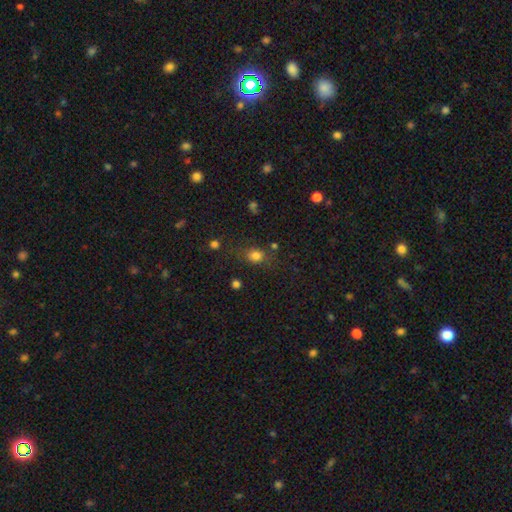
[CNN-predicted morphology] Q: Smooth or featured?
A: smooth (79%); runner-up: star or artifact (14%)
Q: How rounded?
A: in between (51%); runner-up: round (47%)
Q: Merging?
A: none (70%); runner-up: minor disturbance (17%)